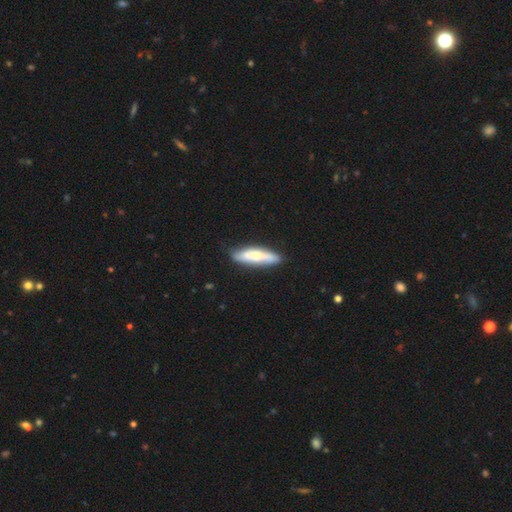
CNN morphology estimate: Overall: smooth (51%; featured or disk 44%). How rounded: cigar-shaped (66%; in between 32%). Merging: none (81%).